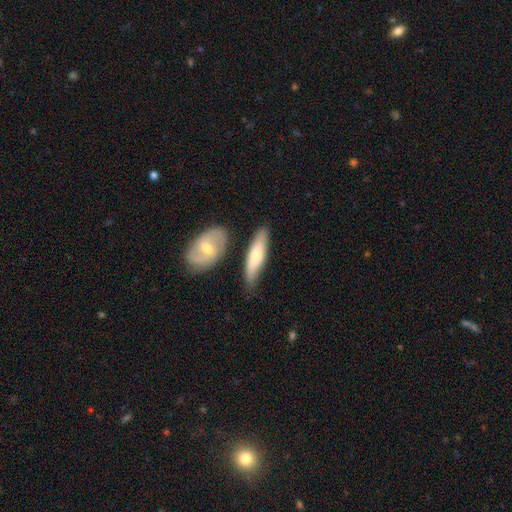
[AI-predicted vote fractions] A smooth galaxy with no disk features (61%) that is cigar-shaped (66%). Merging: none (74%).